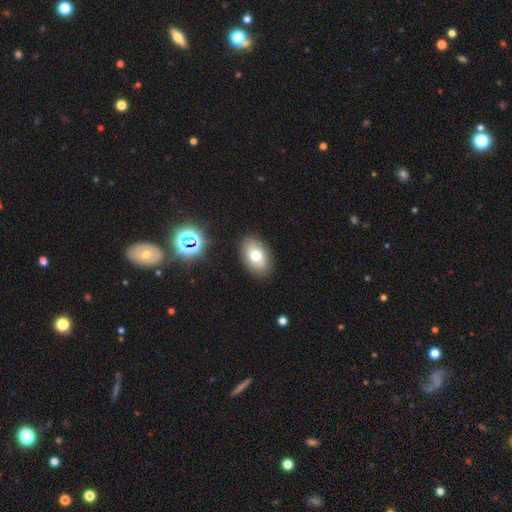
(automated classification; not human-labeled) Smooth or featured: smooth — 72% (featured or disk — 18%)
How rounded: in between — 89% (round — 10%)
Merging: none — 87% (minor disturbance — 9%)